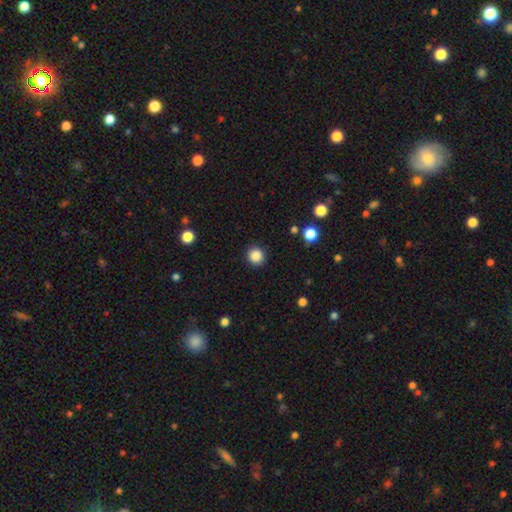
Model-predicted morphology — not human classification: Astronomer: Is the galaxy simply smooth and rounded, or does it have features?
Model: smooth — 87%.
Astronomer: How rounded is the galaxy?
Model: round — 91%.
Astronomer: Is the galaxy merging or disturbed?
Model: none — 90%.